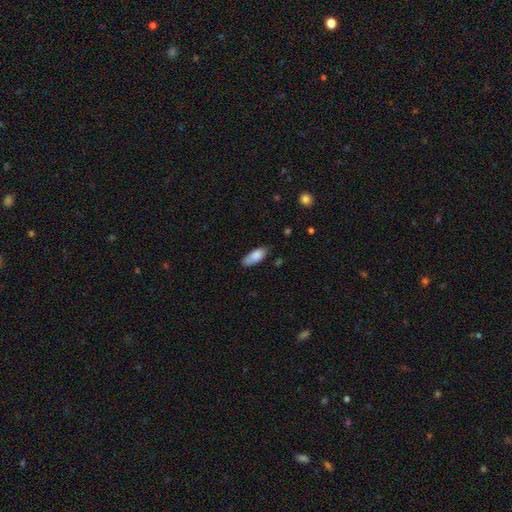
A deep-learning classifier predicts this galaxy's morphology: smooth-or-featured: smooth: 84% | featured or disk: 10% | star or artifact: 7%
  how-rounded: in between: 82% | cigar-shaped: 16% | round: 2%
  merging: none: 72% | minor disturbance: 23% | major disturbance: 4% | merger: 2%